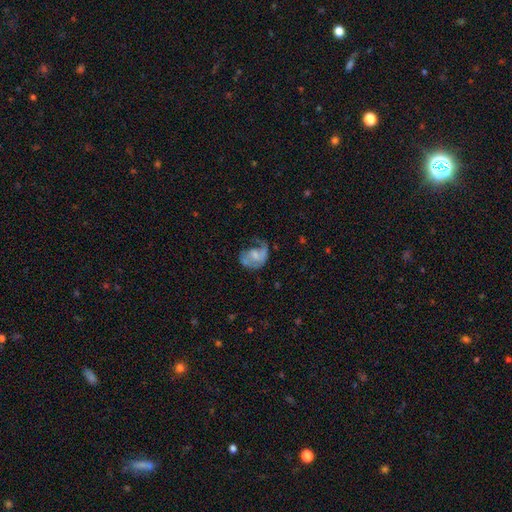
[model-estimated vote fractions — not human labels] smooth-or-featured: featured or disk: 55% | smooth: 37% | star or artifact: 8%
  disk-edge-on: no: 97% | yes: 3%
    bar: no: 64% | weak: 30% | strong: 6%
    has-spiral-arms: yes: 64% | no: 36%
    bulge-size: small: 35% | moderate: 31% | none: 26% | large: 6% | dominant: 2%
  merging: major disturbance: 41% | none: 28% | minor disturbance: 26% | merger: 5%